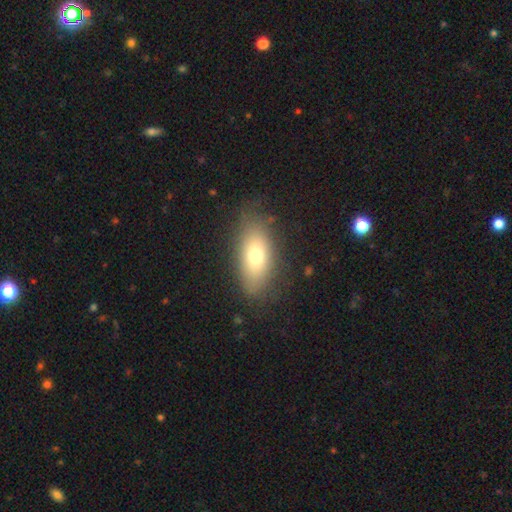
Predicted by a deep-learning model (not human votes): A smooth galaxy with no disk features (71%) that is in between round and cigar-shaped (84%).

Vote fractions:
- Smooth or featured? smooth: 71% / featured or disk: 20% / star or artifact: 9%
- How rounded? in between: 84% / cigar-shaped: 10% / round: 6%
- Merging? none: 80% / minor disturbance: 14% / major disturbance: 5% / merger: 1%